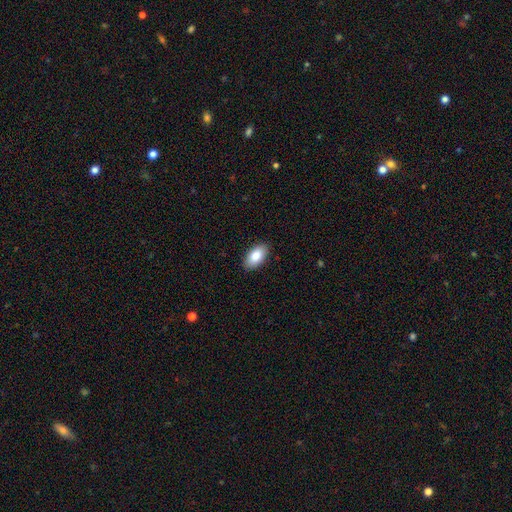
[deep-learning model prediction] A smooth galaxy with no disk features (85%) that is in between round and cigar-shaped (95%). Merging: none (90%).